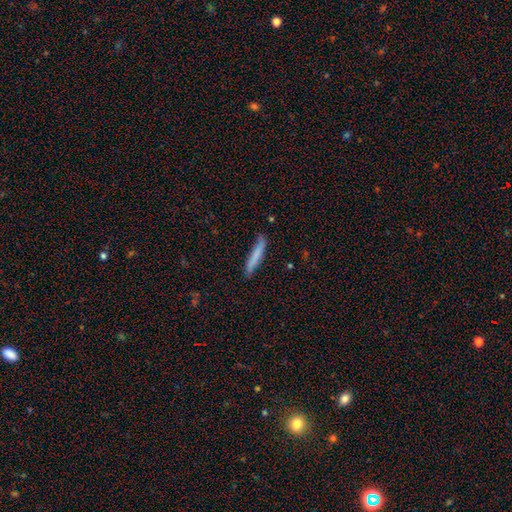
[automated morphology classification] Smooth or featured? smooth (75%)
How rounded? cigar-shaped (94%)
Merging? none (78%)